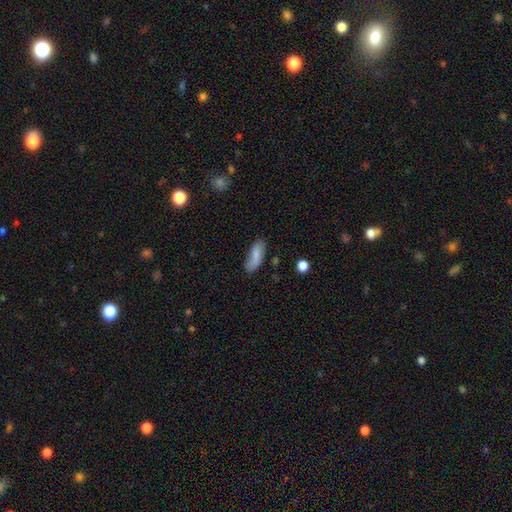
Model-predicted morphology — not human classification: Smooth or featured?
  - smooth: 79% *
  - featured or disk: 14%
  - star or artifact: 7%
How rounded?
  - in between: 74% *
  - cigar-shaped: 24%
  - round: 2%
Merging?
  - none: 69% *
  - minor disturbance: 22%
  - major disturbance: 5%
  - merger: 3%